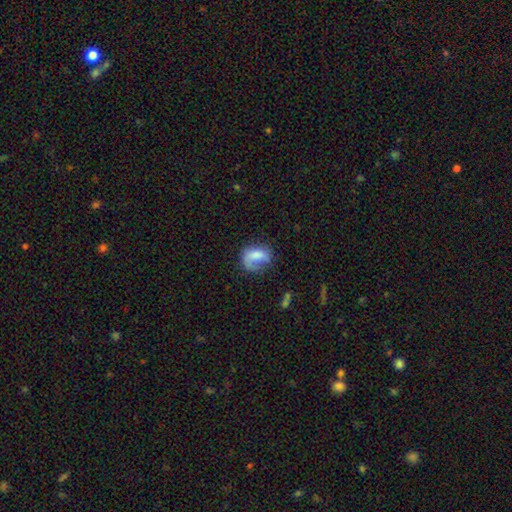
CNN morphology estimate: Smooth or featured? smooth (62%)
How rounded? in between (72%)
Merging? none (38%)